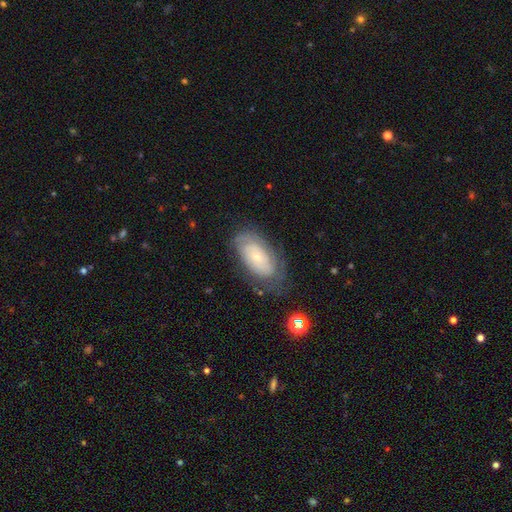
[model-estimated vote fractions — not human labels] Morphology: type=featured or disk (52%); edge-on=no (90%); merging=none (71%).